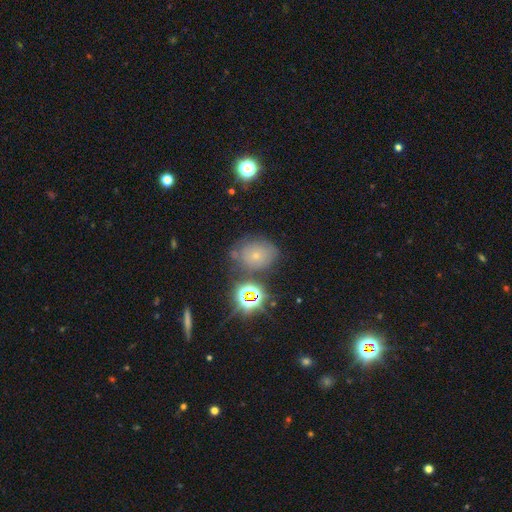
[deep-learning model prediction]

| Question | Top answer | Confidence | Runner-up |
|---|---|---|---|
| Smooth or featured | smooth | 45% | star or artifact (30%) |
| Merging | none | 65% | minor disturbance (20%) |